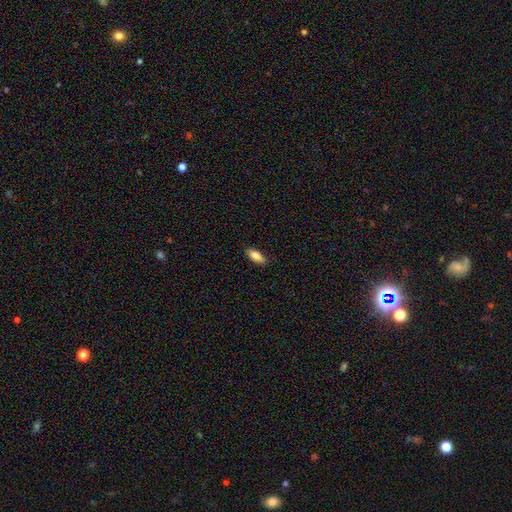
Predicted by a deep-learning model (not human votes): smooth_or_featured: smooth (p=0.85) [alt: featured or disk p=0.08]
how_rounded: in between (p=0.84) [alt: cigar-shaped p=0.14]
merging: none (p=0.88) [alt: minor disturbance p=0.09]